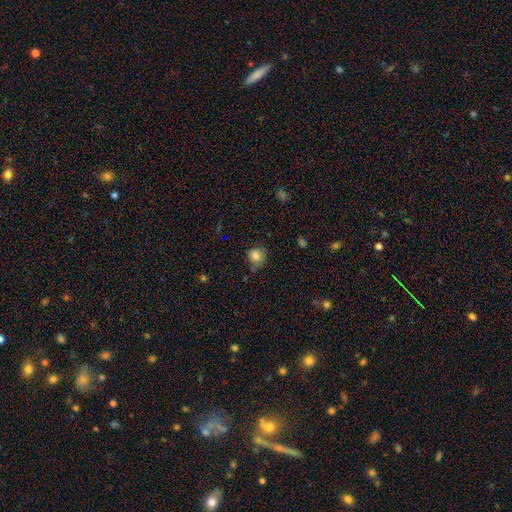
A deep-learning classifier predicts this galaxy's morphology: Overall: smooth (81%). How rounded: round (80%). Merging: none (72%).